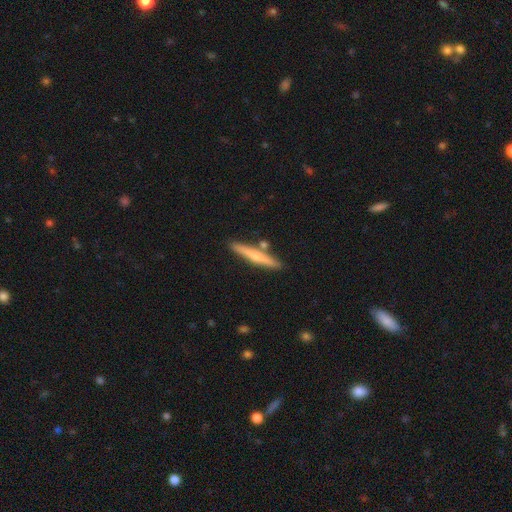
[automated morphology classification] smooth-or-featured: smooth: 51% | featured or disk: 43% | star or artifact: 6%
  how-rounded: cigar-shaped: 94% | in between: 4% | round: 2%
  merging: none: 83% | minor disturbance: 9% | merger: 6% | major disturbance: 2%